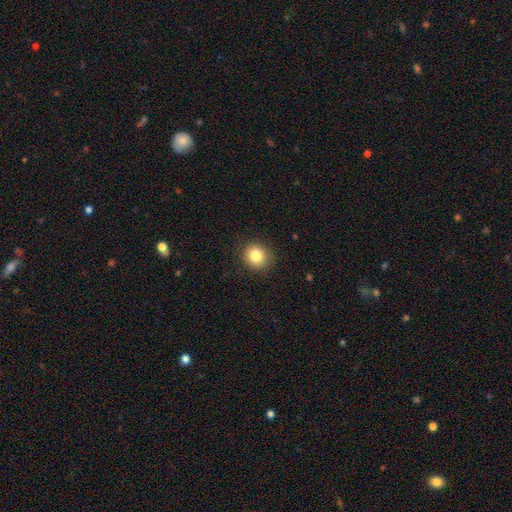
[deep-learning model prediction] Q: Smooth or featured?
A: smooth (83%); runner-up: star or artifact (10%)
Q: How rounded?
A: round (86%); runner-up: in between (13%)
Q: Merging?
A: none (89%); runner-up: minor disturbance (7%)